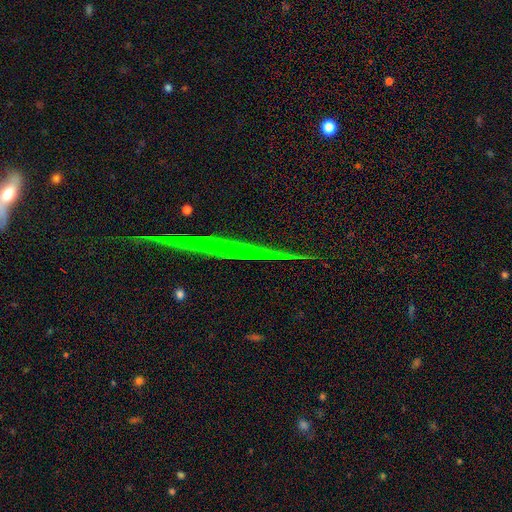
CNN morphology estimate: A featured or disk galaxy (54%) viewed edge-on (92%) with no central bulge (88%). Merging: none (85%).